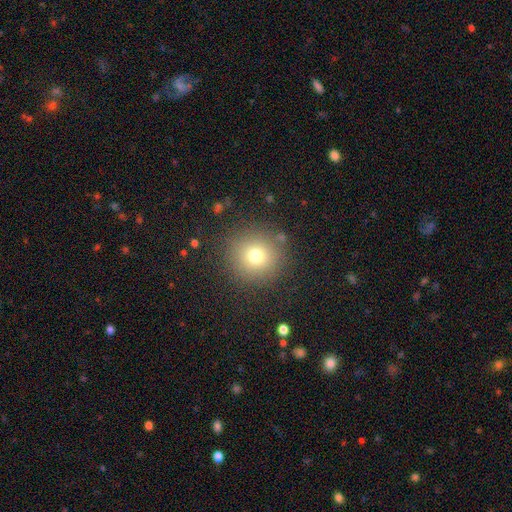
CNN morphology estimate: A smooth galaxy with no disk features (73%) that is round (94%).

Vote fractions:
- Smooth or featured? smooth: 73% / star or artifact: 16% / featured or disk: 11%
- How rounded? round: 94% / in between: 5% / cigar-shaped: 1%
- Merging? none: 87% / minor disturbance: 7% / major disturbance: 3% / merger: 2%